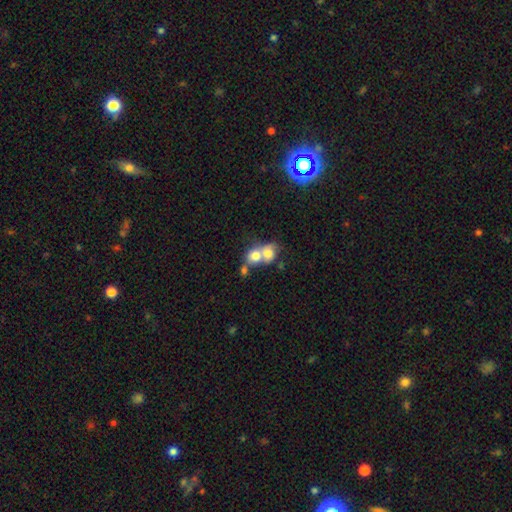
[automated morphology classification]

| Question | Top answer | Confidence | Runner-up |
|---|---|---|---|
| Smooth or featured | smooth | 72% | featured or disk (19%) |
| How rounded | round | 67% | in between (32%) |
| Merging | merger | 74% | none (17%) |